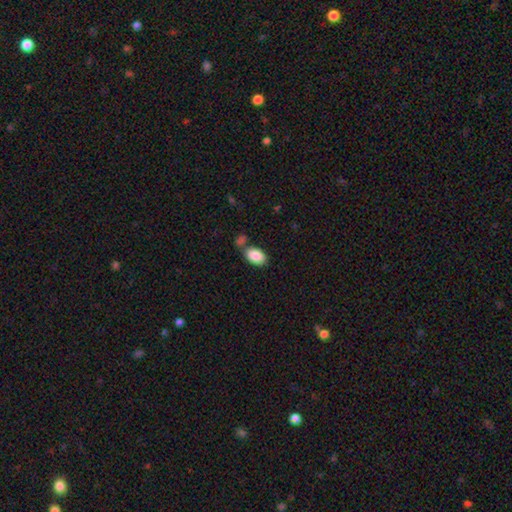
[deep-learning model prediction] Morphology: type=smooth (88%); roundness=in between (92%); merging=none (62%).